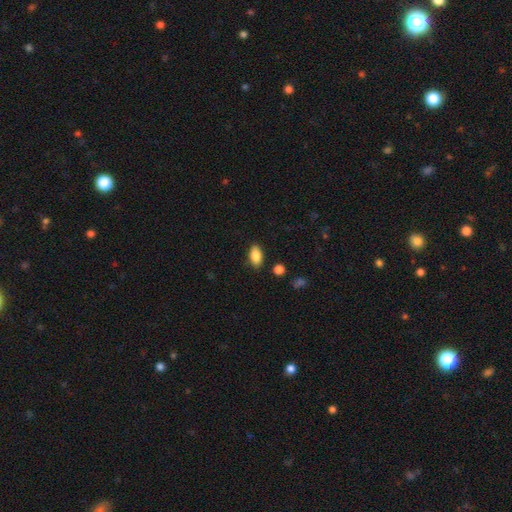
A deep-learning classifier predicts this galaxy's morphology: The model was most divided on "merging": none: 84%, minor disturbance: 11%, major disturbance: 2%, merger: 2%. More confident: how rounded — in between (91%); smooth or featured — smooth (86%).